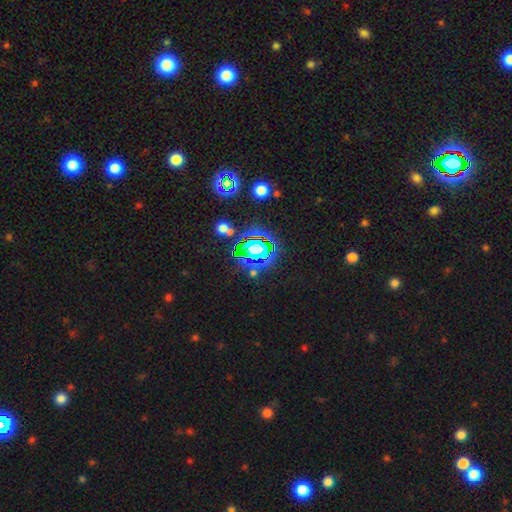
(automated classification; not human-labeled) Overall: star or artifact (77%).